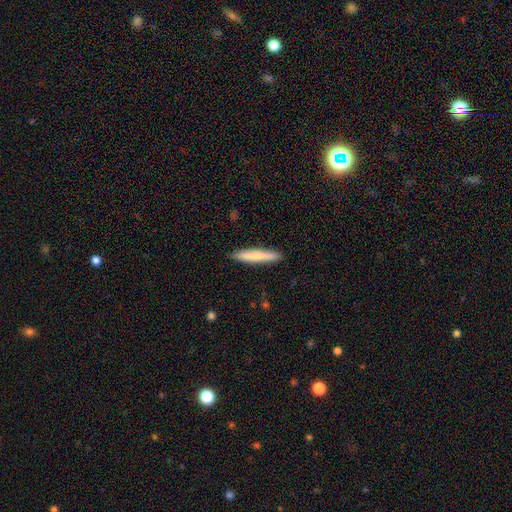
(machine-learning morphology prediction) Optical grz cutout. It shows a smooth galaxy with no disk features (73%) that is cigar-shaped (94%). Merging: none (90%).